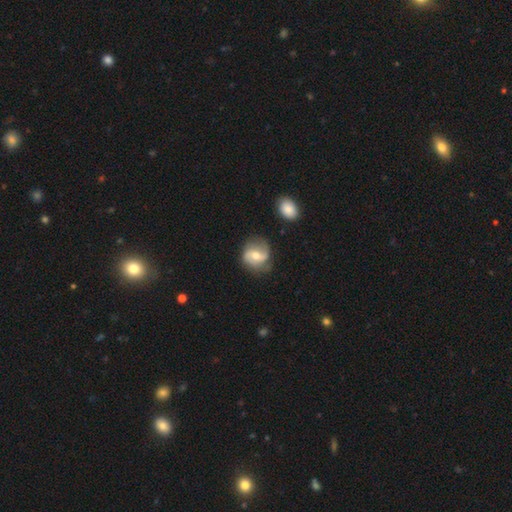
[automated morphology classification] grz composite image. It shows a featured or disk galaxy (71%) with a weak bar (48%), 2 (83%) medium (43%) spiral arms (90%) and a moderate central bulge (65%). Merging: none (71%).